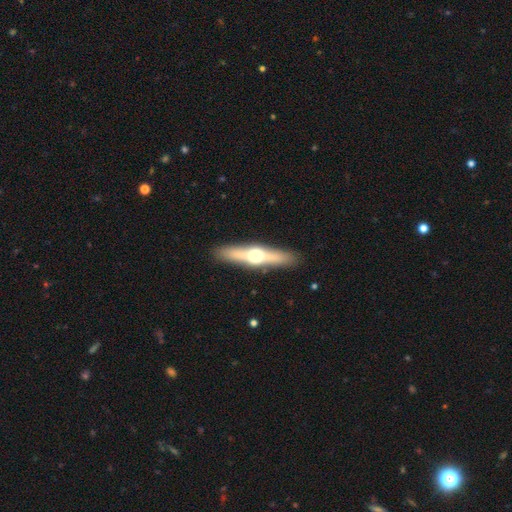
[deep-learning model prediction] smooth-or-featured: featured or disk: 61% | smooth: 33% | star or artifact: 6%
  disk-edge-on: yes: 93% | no: 7%
    edge-on-bulge: rounded: 95% | none: 2% | boxy: 2%
  merging: none: 90% | minor disturbance: 7% | major disturbance: 2% | merger: 1%